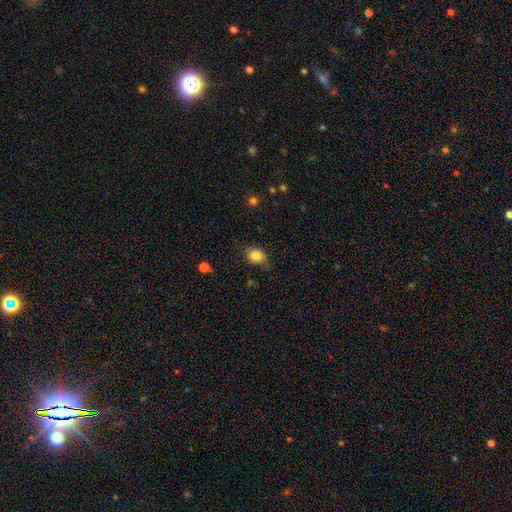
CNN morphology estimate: smooth-or-featured: smooth: 83% | star or artifact: 9% | featured or disk: 8%
  how-rounded: in between: 60% | round: 39% | cigar-shaped: 1%
  merging: none: 72% | minor disturbance: 22% | major disturbance: 5% | merger: 1%